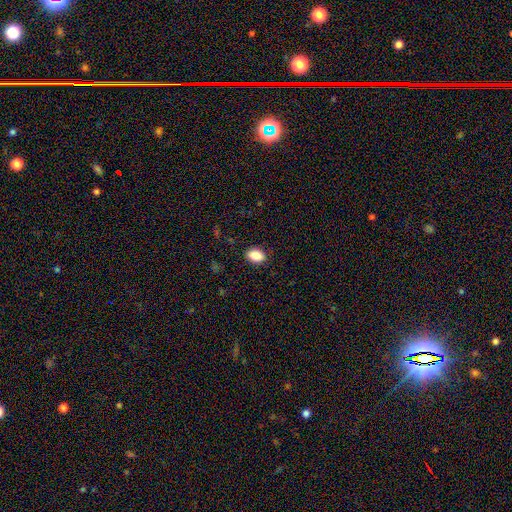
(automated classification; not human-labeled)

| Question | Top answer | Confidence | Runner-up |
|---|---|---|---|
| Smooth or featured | smooth | 87% | star or artifact (8%) |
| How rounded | in between | 83% | round (16%) |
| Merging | none | 88% | minor disturbance (9%) |